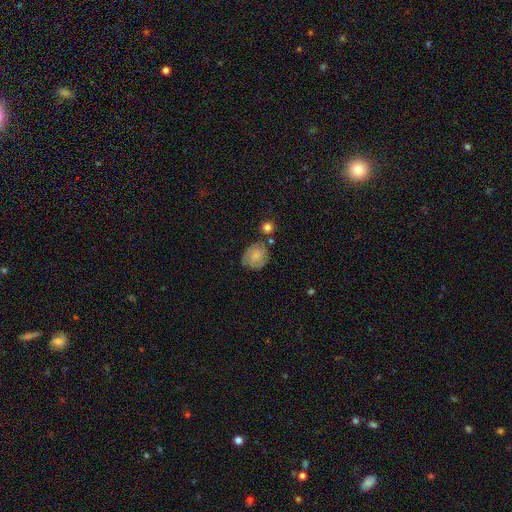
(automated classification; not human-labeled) smooth-or-featured: smooth: 80% | featured or disk: 12% | star or artifact: 8%
  how-rounded: round: 71% | in between: 28% | cigar-shaped: 1%
  merging: none: 67% | minor disturbance: 20% | merger: 8% | major disturbance: 5%